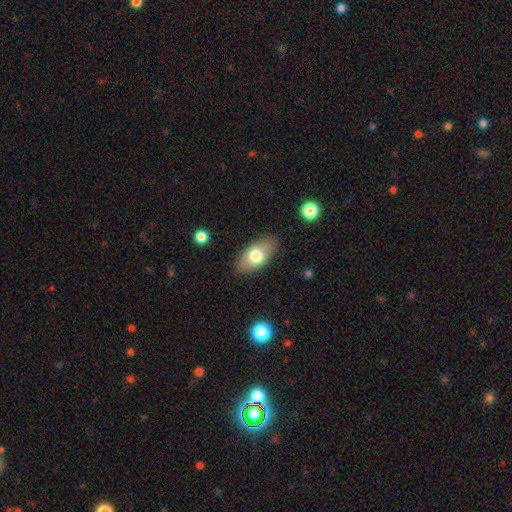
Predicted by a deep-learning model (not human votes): smooth-or-featured: smooth: 73% | featured or disk: 20% | star or artifact: 7%
  how-rounded: in between: 92% | round: 4% | cigar-shaped: 3%
  merging: none: 85% | minor disturbance: 11% | major disturbance: 3% | merger: 1%